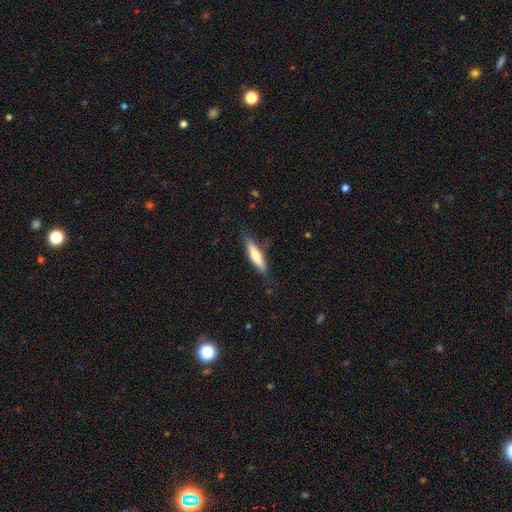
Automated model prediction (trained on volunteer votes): Q: Smooth or featured?
A: smooth (62%); runner-up: featured or disk (32%)
Q: How rounded?
A: cigar-shaped (73%); runner-up: in between (26%)
Q: Merging?
A: none (78%); runner-up: minor disturbance (17%)